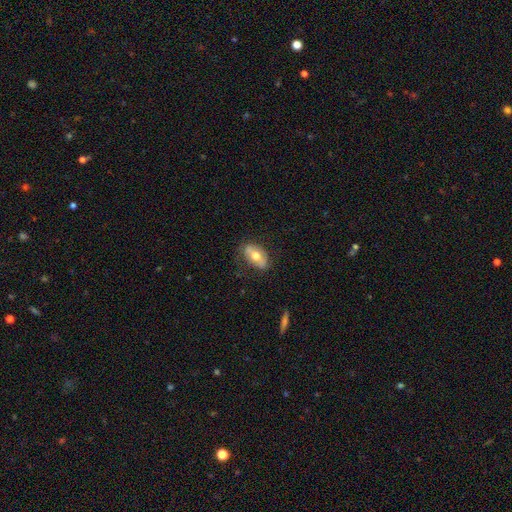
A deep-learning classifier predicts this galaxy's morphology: Q: Smooth or featured?
A: smooth (52%); runner-up: featured or disk (41%)
Q: How rounded?
A: in between (89%); runner-up: round (7%)
Q: Merging?
A: none (74%); runner-up: minor disturbance (19%)